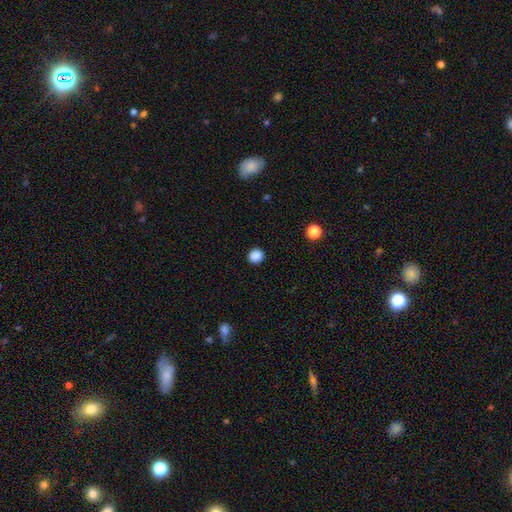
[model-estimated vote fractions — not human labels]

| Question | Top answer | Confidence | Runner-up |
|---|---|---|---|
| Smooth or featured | smooth | 87% | star or artifact (10%) |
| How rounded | round | 87% | in between (12%) |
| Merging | none | 92% | minor disturbance (5%) |